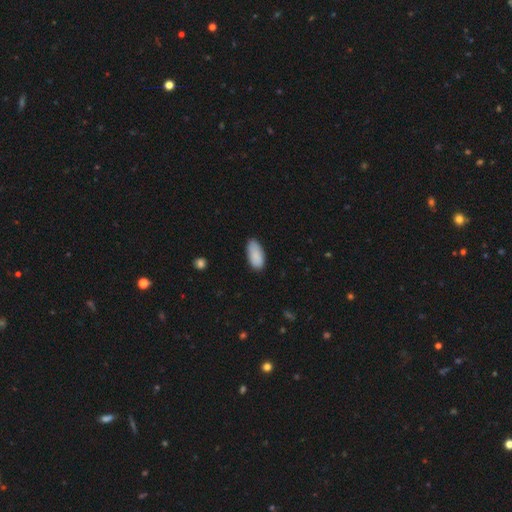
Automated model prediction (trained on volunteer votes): smooth_or_featured: smooth (p=0.88) [alt: star or artifact p=0.06]
how_rounded: in between (p=0.92) [alt: cigar-shaped p=0.06]
merging: none (p=0.77) [alt: minor disturbance p=0.19]